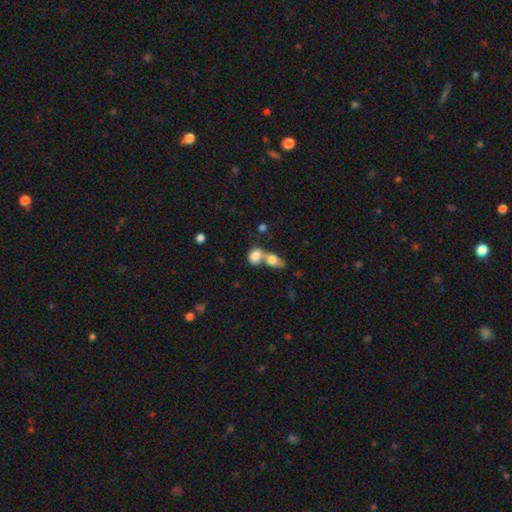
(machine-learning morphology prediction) A smooth galaxy with no disk features (82%) that is in between round and cigar-shaped (67%). Merging: merger (63%).